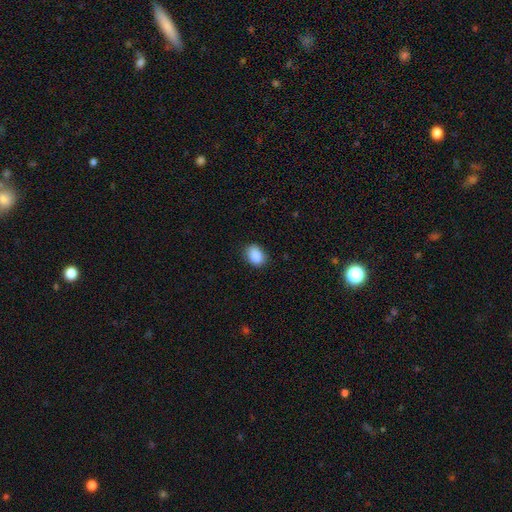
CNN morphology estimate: Smooth or featured? smooth (89%)
How rounded? in between (72%)
Merging? none (84%)